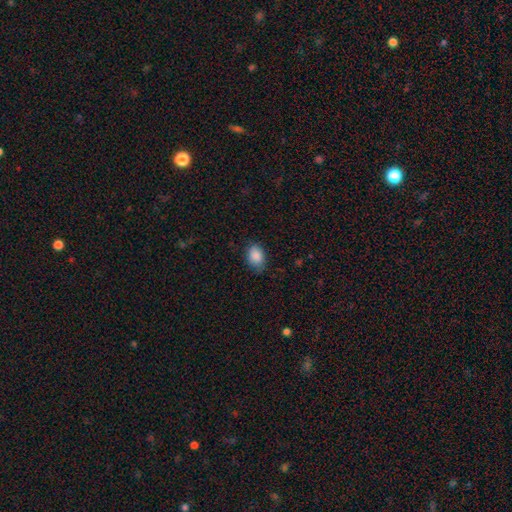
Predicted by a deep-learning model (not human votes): The model was most divided on "merging": none: 75%, minor disturbance: 20%, major disturbance: 4%, merger: 1%. More confident: smooth or featured — smooth (88%); how rounded — in between (83%).